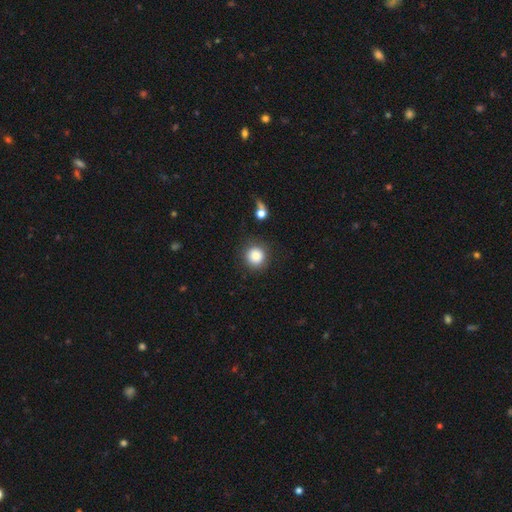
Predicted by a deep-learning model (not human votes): smooth 83%, star or artifact 10%, featured or disk 7%. Down the decision tree: how rounded — round (92%); merging — none (83%).